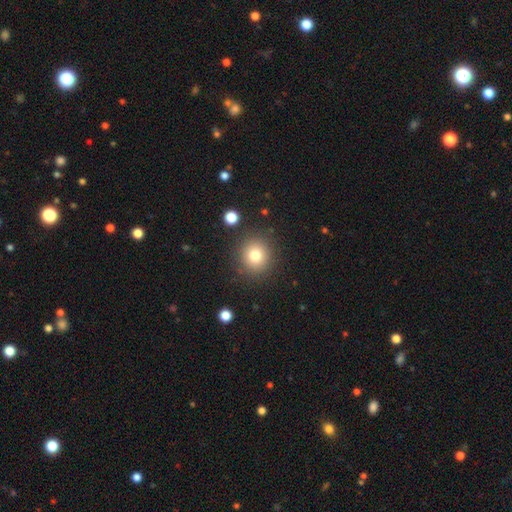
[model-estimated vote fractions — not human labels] A smooth galaxy with no disk features (64%) that is round (91%).

Vote fractions:
- Smooth or featured? smooth: 64% / star or artifact: 29% / featured or disk: 7%
- How rounded? round: 91% / in between: 8% / cigar-shaped: 1%
- Merging? none: 90% / minor disturbance: 6% / merger: 2% / major disturbance: 2%